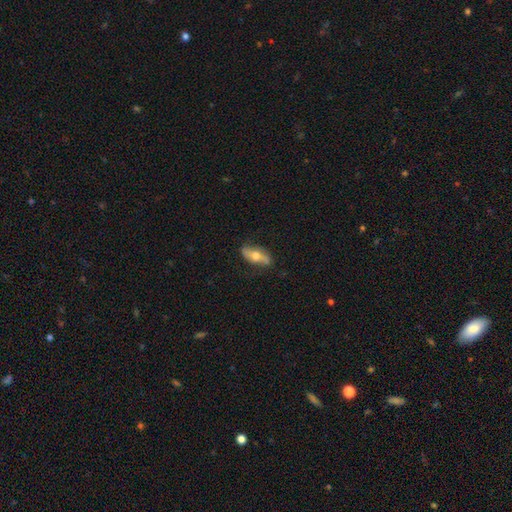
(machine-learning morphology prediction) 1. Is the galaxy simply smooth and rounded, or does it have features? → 52% featured or disk, 41% smooth, 6% star or artifact.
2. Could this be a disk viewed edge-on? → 57% no, 43% yes.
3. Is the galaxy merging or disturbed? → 78% none, 16% minor disturbance, 4% major disturbance, 1% merger.